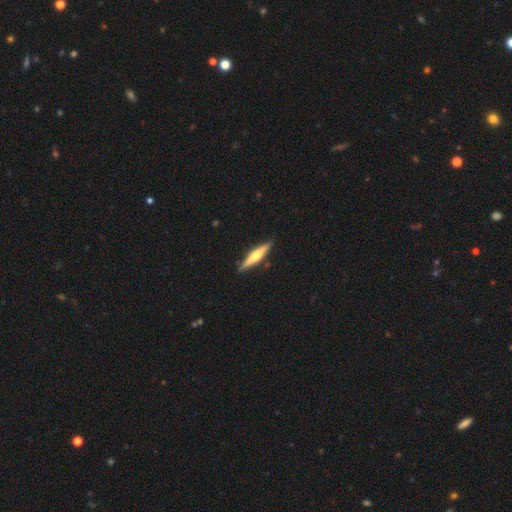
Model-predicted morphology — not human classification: This is possibly a featured or disk galaxy (52%). It is clearly viewed edge-on (96%). Merging: clearly none (88%).